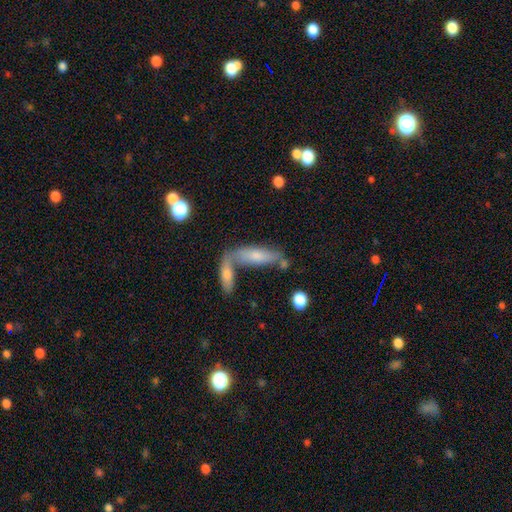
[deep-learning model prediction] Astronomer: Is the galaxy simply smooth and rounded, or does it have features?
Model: smooth — 56% (runner-up: featured or disk, 35%).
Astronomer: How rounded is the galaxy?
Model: cigar-shaped — 58% (runner-up: in between, 40%).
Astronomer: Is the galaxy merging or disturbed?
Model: none — 42% (runner-up: merger, 41%).